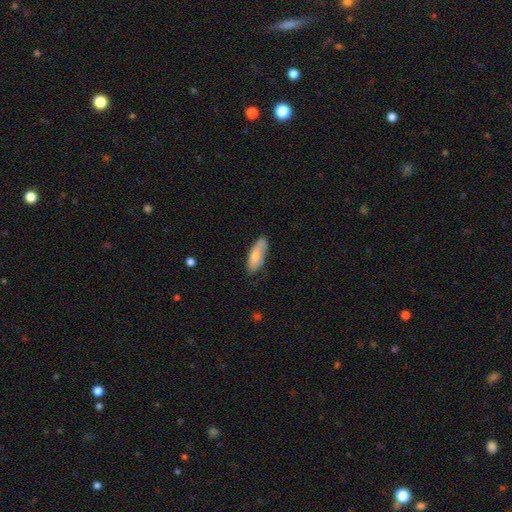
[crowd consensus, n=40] A smooth galaxy with no disk features (82%) that is in between round and cigar-shaped (61%).

Vote fractions:
- Smooth or featured? smooth: 82% / featured or disk: 18% / star or artifact: 0%
- How rounded? in between: 61% / cigar-shaped: 39% / round: 0%
- Merging? none: 78% / minor disturbance: 15% / major disturbance: 5% / merger: 2%